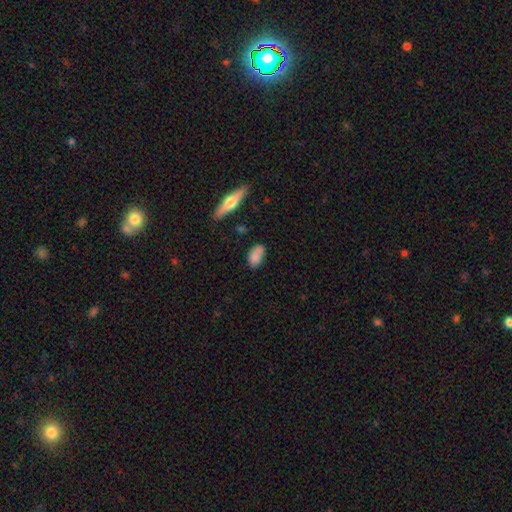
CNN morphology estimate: A smooth galaxy with no disk features (83%) that is in between round and cigar-shaped (90%). Merging: none (68%).